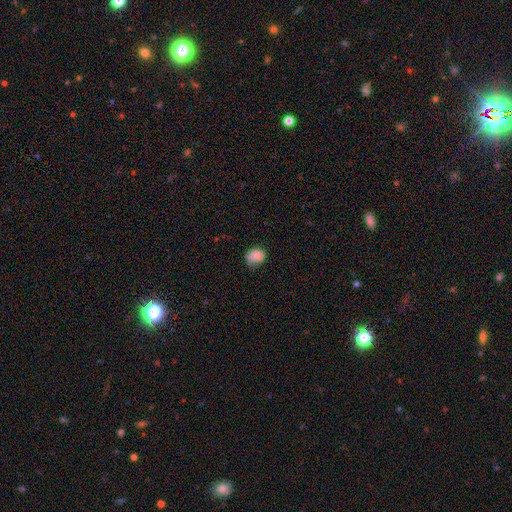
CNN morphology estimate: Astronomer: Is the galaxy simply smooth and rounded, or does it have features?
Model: smooth — 87%.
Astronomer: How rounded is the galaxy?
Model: round — 51% (runner-up: in between, 48%).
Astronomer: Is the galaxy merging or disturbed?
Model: none — 68%.